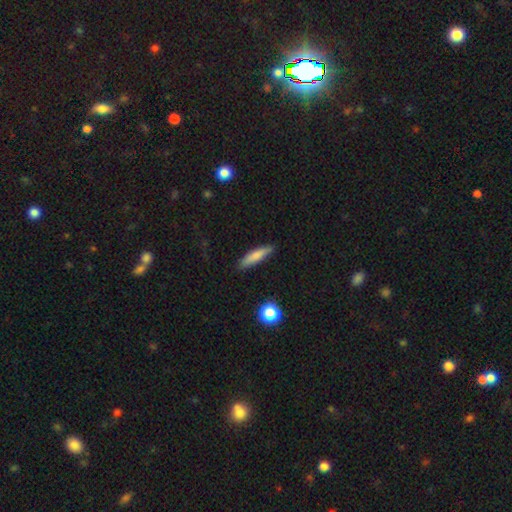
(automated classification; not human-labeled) Q: Smooth or featured?
A: smooth (77%); runner-up: featured or disk (16%)
Q: How rounded?
A: cigar-shaped (80%); runner-up: in between (18%)
Q: Merging?
A: none (84%); runner-up: minor disturbance (12%)